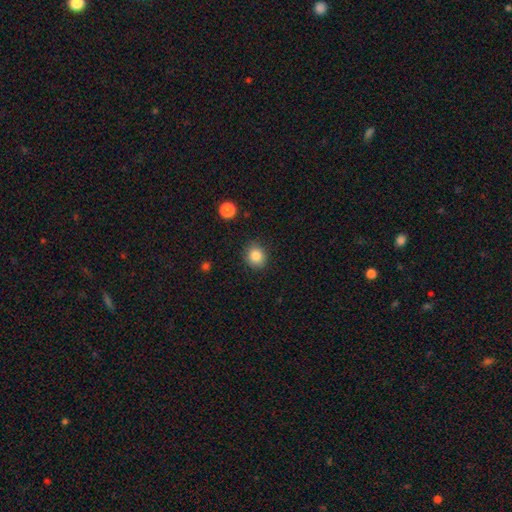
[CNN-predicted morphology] Overall: smooth (85%). How rounded: round (74%). Merging: none (87%).